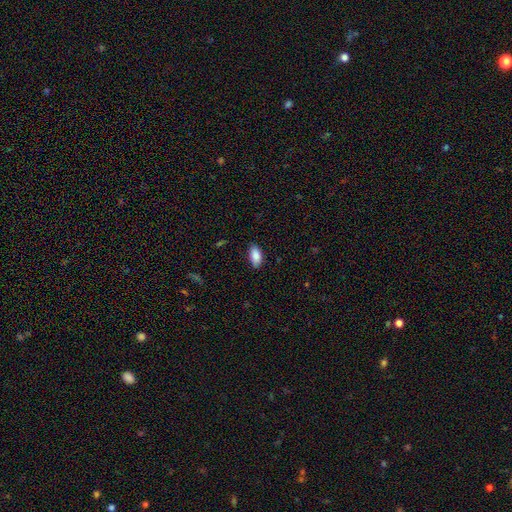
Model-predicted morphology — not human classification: smooth_or_featured: smooth (p=0.87) [alt: star or artifact p=0.07]
how_rounded: in between (p=0.92) [alt: cigar-shaped p=0.05]
merging: none (p=0.84) [alt: minor disturbance p=0.13]